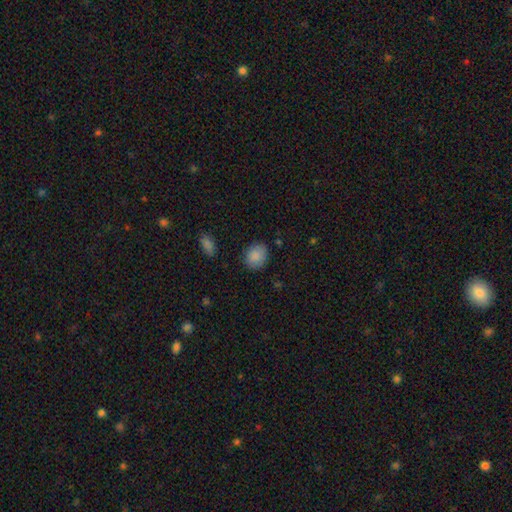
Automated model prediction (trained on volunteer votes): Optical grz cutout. It shows a smooth galaxy with no disk features (88%) that is round (59%). Merging: none (82%).